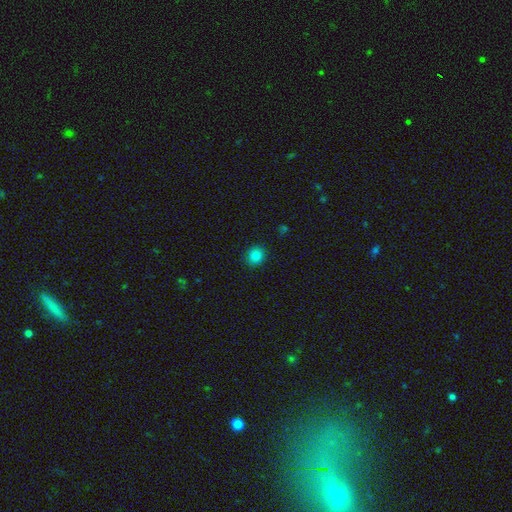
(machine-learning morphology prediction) smooth-or-featured: smooth: 84% | star or artifact: 12% | featured or disk: 4%
  how-rounded: round: 72% | in between: 27% | cigar-shaped: 1%
  merging: none: 90% | minor disturbance: 7% | major disturbance: 2% | merger: 1%